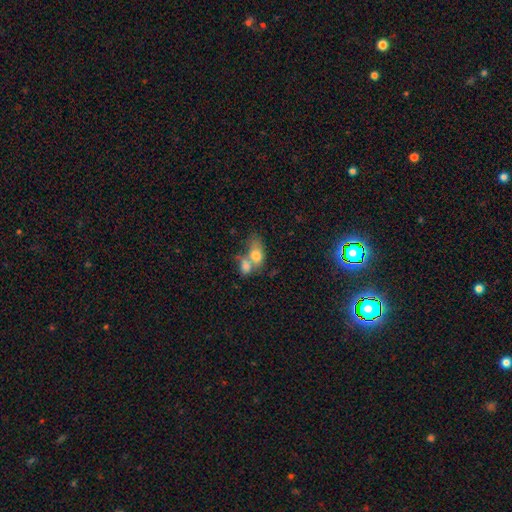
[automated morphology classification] Smooth or featured? Predicted: smooth (p=0.73). How rounded? Predicted: in between (p=0.82). Merging? Predicted: merger (p=0.65).